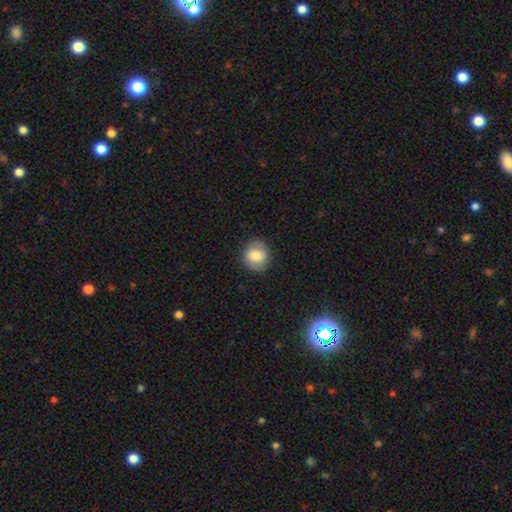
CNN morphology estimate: smooth-or-featured: smooth: 79% | featured or disk: 12% | star or artifact: 8%
  how-rounded: round: 85% | in between: 14% | cigar-shaped: 1%
  merging: none: 87% | minor disturbance: 10% | major disturbance: 2% | merger: 1%